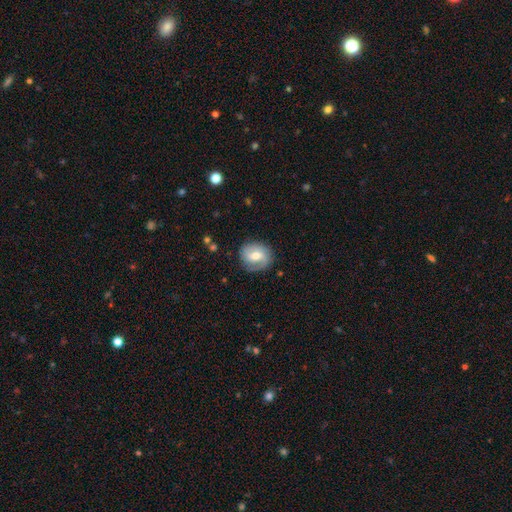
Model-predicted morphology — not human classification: smooth-or-featured: featured or disk: 61% | smooth: 32% | star or artifact: 7%
  disk-edge-on: no: 96% | yes: 4%
    bar: weak: 49% | no: 30% | strong: 21%
    has-spiral-arms: yes: 83% | no: 17%
    bulge-size: moderate: 67% | small: 26% | large: 5% | none: 1% | dominant: 1%
  merging: none: 77% | minor disturbance: 16% | major disturbance: 6% | merger: 1%